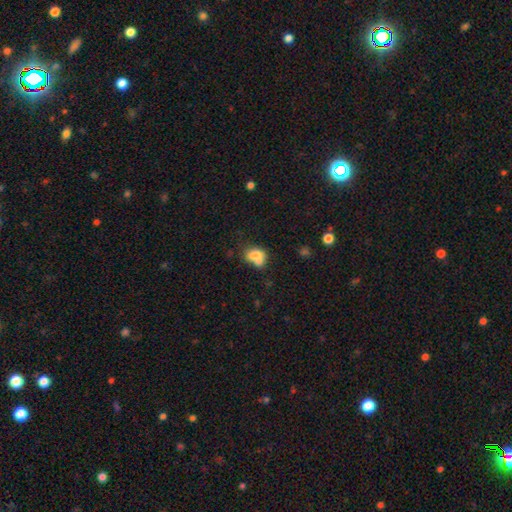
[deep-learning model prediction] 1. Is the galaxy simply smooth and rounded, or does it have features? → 74% smooth, 16% featured or disk, 10% star or artifact.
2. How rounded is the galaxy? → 61% in between, 38% round, 1% cigar-shaped.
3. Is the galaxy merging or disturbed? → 48% merger, 29% none, 15% minor disturbance, 7% major disturbance.